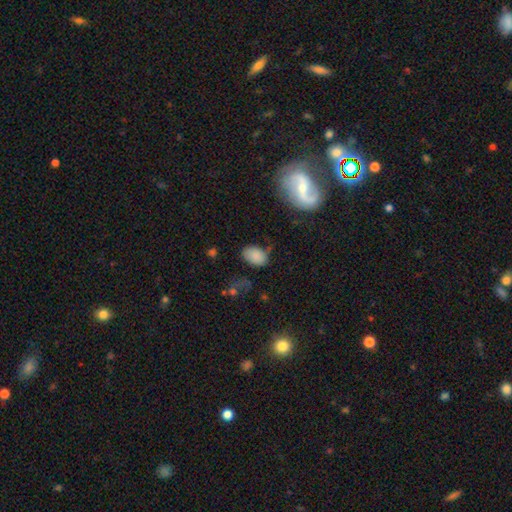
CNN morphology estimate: A smooth galaxy with no disk features (80%) that is in between round and cigar-shaped (86%). Merging: none (58%).